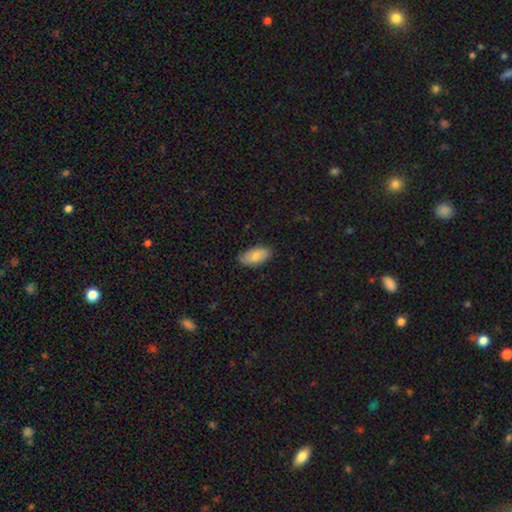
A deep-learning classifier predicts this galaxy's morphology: A smooth galaxy with no disk features (74%) that is in between round and cigar-shaped (93%). Merging: none (81%).